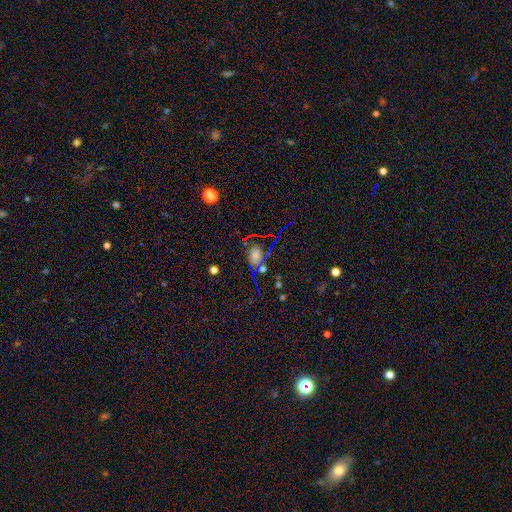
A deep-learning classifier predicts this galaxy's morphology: Smooth or featured?
  - star or artifact: 41% * (tied)
  - smooth: 41% * (tied)
  - featured or disk: 18%